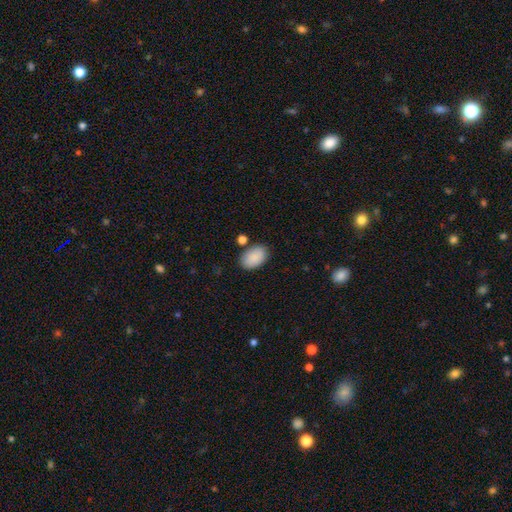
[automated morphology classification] A smooth galaxy with no disk features (89%) that is in between round and cigar-shaped (91%). Merging: none (79%).